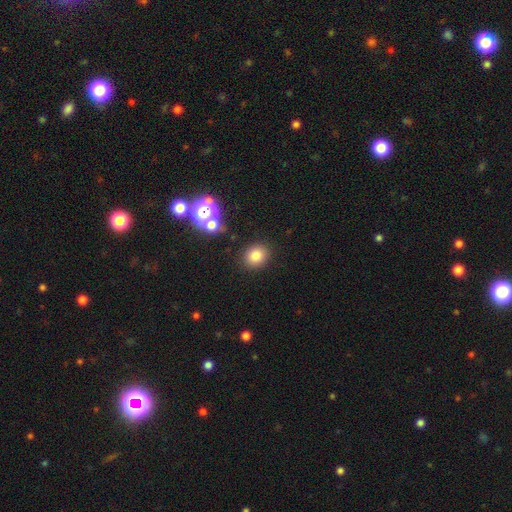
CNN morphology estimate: Smooth or featured? smooth (79%)
How rounded? round (70%)
Merging? none (86%)